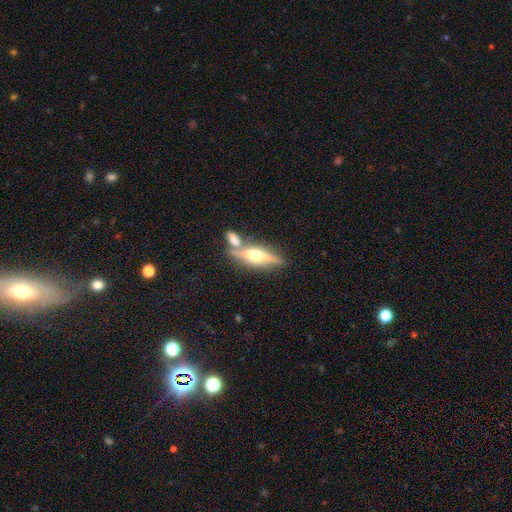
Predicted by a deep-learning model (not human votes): This is likely a featured or disk galaxy (64%). It is clearly viewed edge-on (90%). Edge-on bulge: clearly rounded (91%). Merging: possibly none (57%).